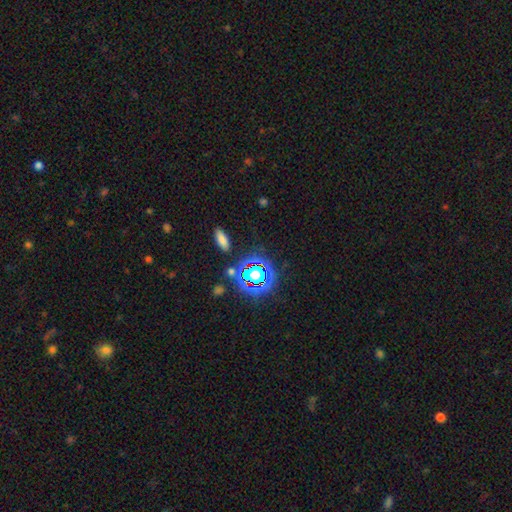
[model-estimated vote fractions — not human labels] This is likely a star or artifact rather than a galaxy (74%).